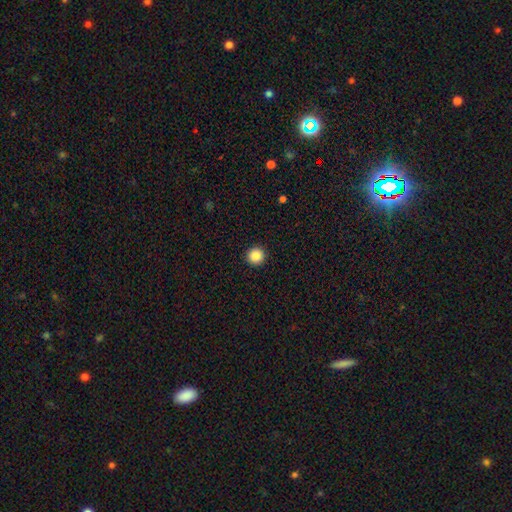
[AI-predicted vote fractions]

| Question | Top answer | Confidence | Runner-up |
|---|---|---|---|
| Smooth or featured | smooth | 86% | star or artifact (10%) |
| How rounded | round | 95% | in between (4%) |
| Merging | none | 93% | minor disturbance (4%) |